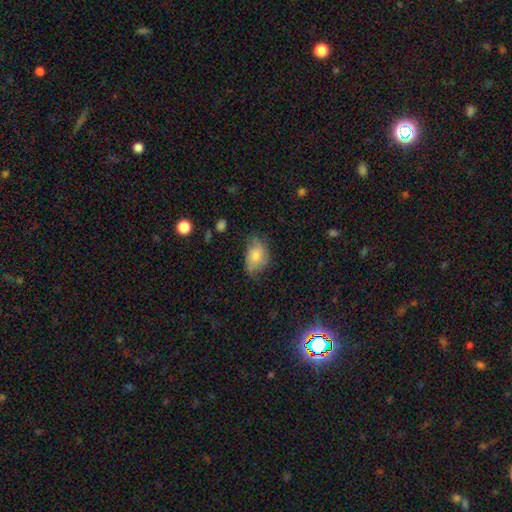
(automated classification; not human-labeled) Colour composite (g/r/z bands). It shows a smooth galaxy with no disk features (75%) that is in between round and cigar-shaped (83%). Merging: none (55%).